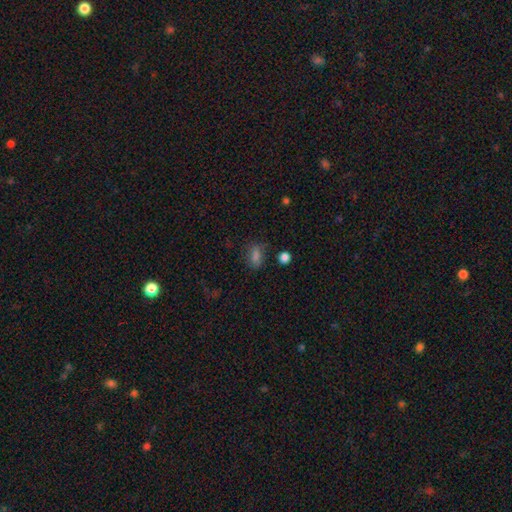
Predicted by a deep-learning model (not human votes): A smooth galaxy with no disk features (72%) that is in between round and cigar-shaped (75%).

Vote fractions:
- Smooth or featured? smooth: 72% / star or artifact: 19% / featured or disk: 9%
- How rounded? in between: 75% / round: 20% / cigar-shaped: 6%
- Merging? none: 75% / minor disturbance: 16% / major disturbance: 6% / merger: 3%